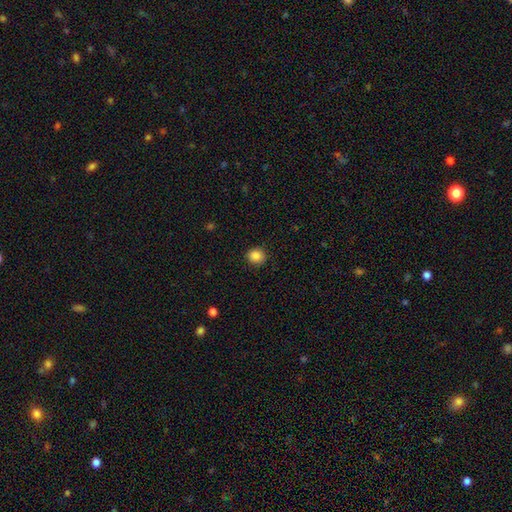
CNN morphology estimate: Overall: smooth (87%). How rounded: round (84%). Merging: none (90%).